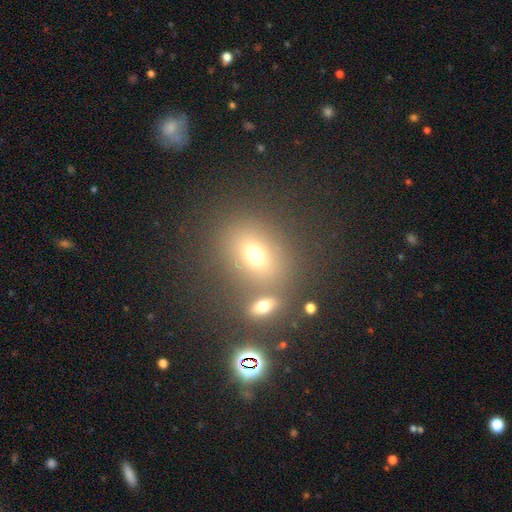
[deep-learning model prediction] This is likely a smooth galaxy (68%). How rounded: likely in between (60%). Merging: likely none (66%).